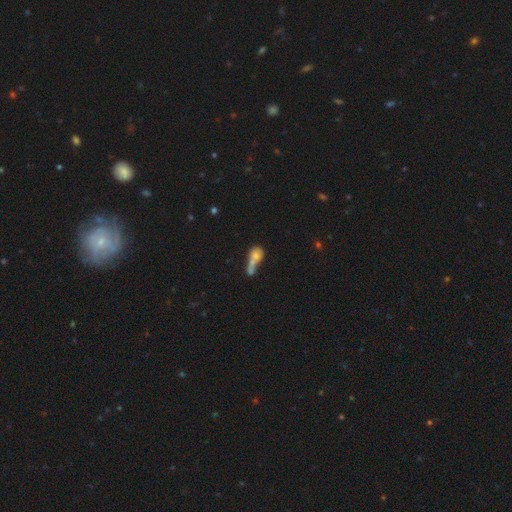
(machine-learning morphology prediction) Smooth or featured: smooth — 61% (featured or disk — 27%)
How rounded: in between — 44% (round — 40%)
Merging: merger — 61% (none — 20%)